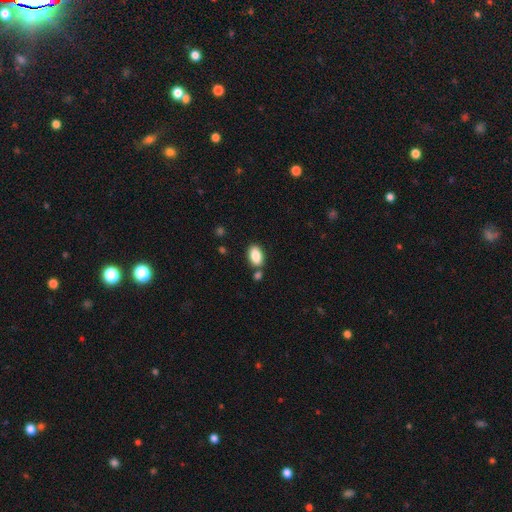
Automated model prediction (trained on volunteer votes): Smooth or featured? Predicted: smooth (p=0.86). How rounded? Predicted: in between (p=0.91). Merging? Predicted: none (p=0.74).